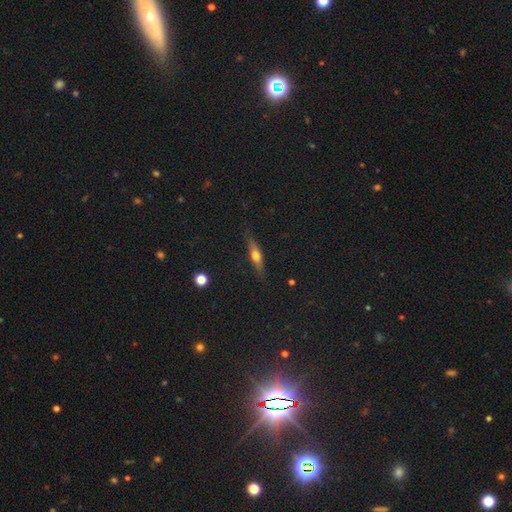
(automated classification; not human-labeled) Q: Smooth or featured?
A: featured or disk (51%); runner-up: smooth (41%)
Q: Edge-on disk?
A: yes (91%); runner-up: no (9%)
Q: Merging?
A: none (84%); runner-up: minor disturbance (12%)